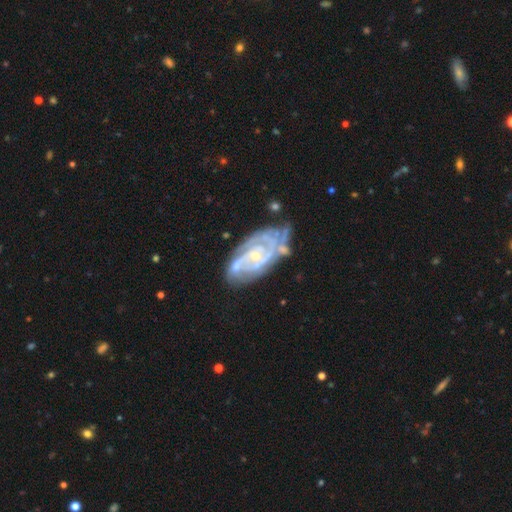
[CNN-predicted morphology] The model was most divided on "spiral arm count": 2: 33%, 3: 27%, can't tell: 20%, 4: 11%, more than 4: 5%, 1: 5%. More confident: spiral arms — yes (97%); edge-on disk — no (96%); smooth or featured — featured or disk (89%); bulge size — small (71%); spiral winding — tight (67%); bar — no (62%); merging — none (59%).